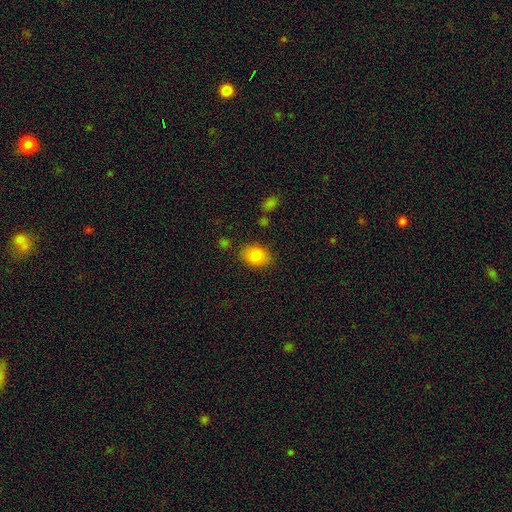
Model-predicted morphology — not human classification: This is clearly a smooth galaxy (83%). How rounded: likely in between (68%). Merging: clearly none (83%).